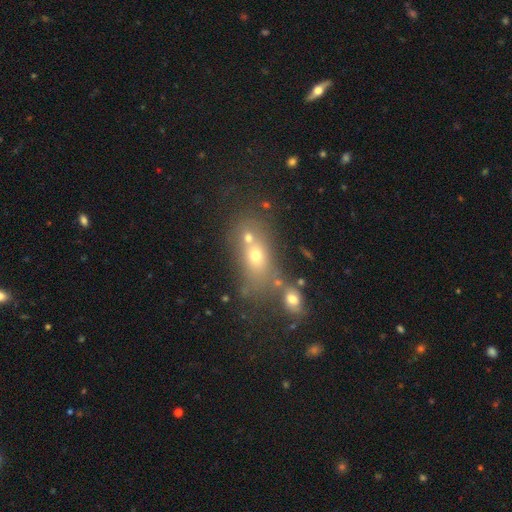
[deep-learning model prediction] The model was most divided on "how rounded": in between: 53%, round: 40%, cigar-shaped: 7%. More confident: smooth or featured — smooth (51%); merging — merger (51%).